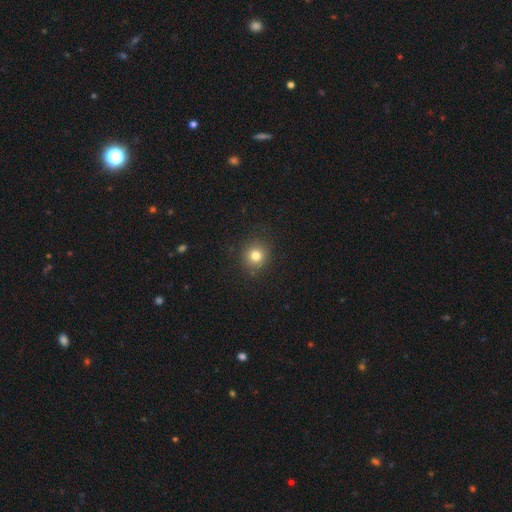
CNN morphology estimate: smooth_or_featured: smooth (p=0.80) [alt: star or artifact p=0.13]
how_rounded: round (p=0.90) [alt: in between p=0.09]
merging: none (p=0.89) [alt: minor disturbance p=0.07]